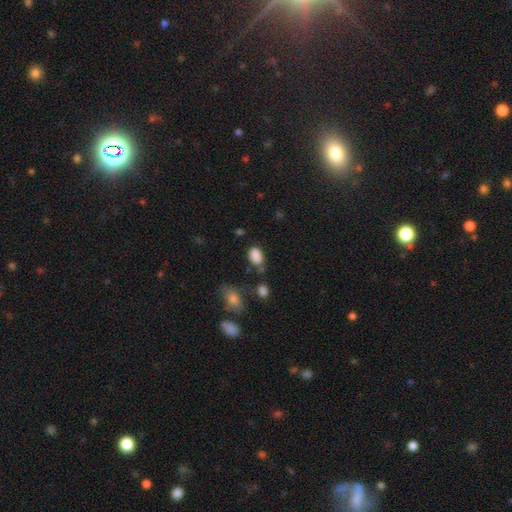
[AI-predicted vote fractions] This appears to be a smooth galaxy with no disk features (85%) that is in between round and cigar-shaped (86%). Merging: none (58%).